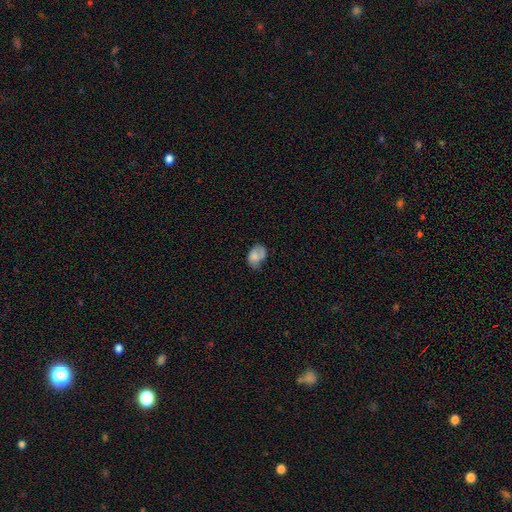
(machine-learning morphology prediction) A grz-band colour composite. It shows a smooth galaxy with no disk features (70%) that is in between round and cigar-shaped (81%). Merging: none (41%).